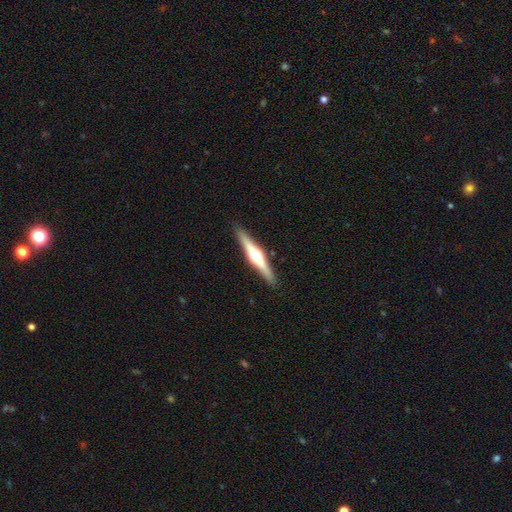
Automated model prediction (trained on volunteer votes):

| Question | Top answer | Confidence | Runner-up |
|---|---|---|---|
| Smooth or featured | featured or disk | 72% | smooth (23%) |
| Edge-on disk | yes | 98% | no (2%) |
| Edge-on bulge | rounded | 94% | boxy (3%) |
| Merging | none | 91% | minor disturbance (7%) |